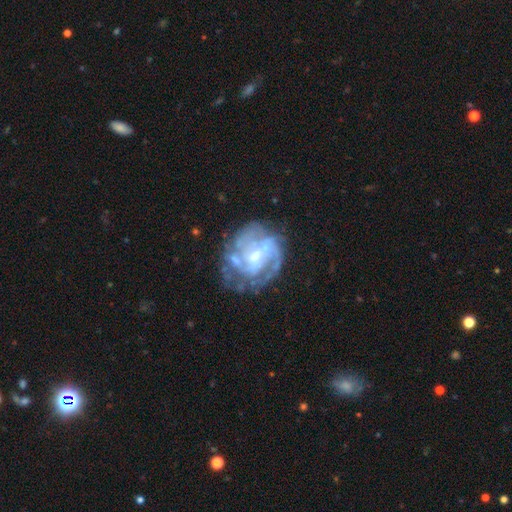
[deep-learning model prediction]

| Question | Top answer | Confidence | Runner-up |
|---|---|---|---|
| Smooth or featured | featured or disk | 84% | smooth (9%) |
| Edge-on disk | no | 98% | yes (2%) |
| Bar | weak | 49% | no (38%) |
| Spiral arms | yes | 89% | no (11%) |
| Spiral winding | tight | 48% | medium (39%) |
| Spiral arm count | can't tell | 34% | 2 (24%) |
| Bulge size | small | 46% | tied: moderate (46%) |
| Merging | none | 60% | minor disturbance (20%) |